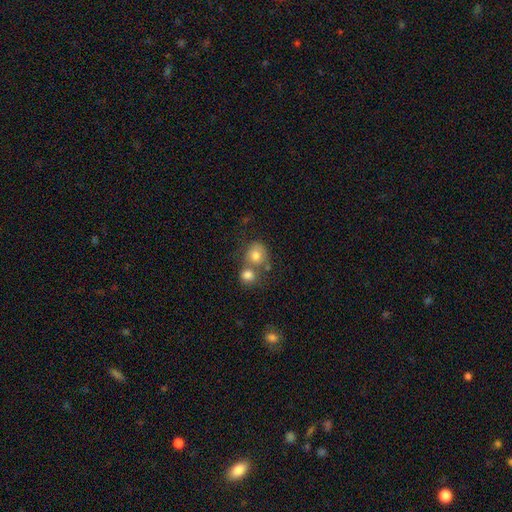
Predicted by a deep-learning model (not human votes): Smooth or featured: smooth — 75% (featured or disk — 14%)
How rounded: round — 73% (in between — 26%)
Merging: merger — 43% (none — 41%)